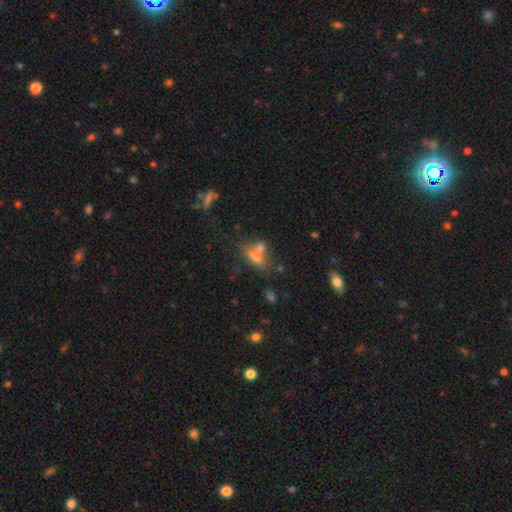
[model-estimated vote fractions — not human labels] Overall: smooth (66%). How rounded: in between (71%). Merging: none (42%; merger 39%).